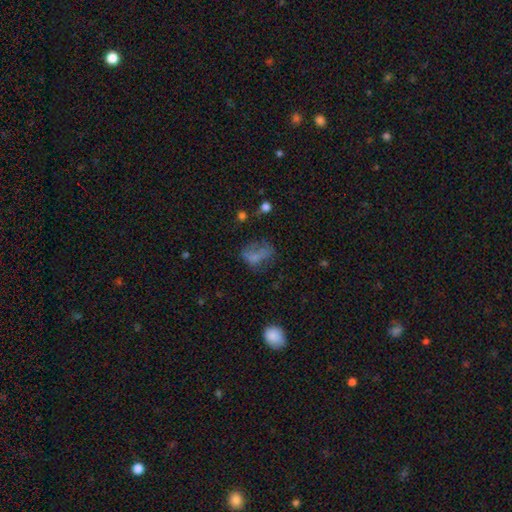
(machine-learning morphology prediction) A smooth galaxy with no disk features (60%) that is in between round and cigar-shaped (72%). Merging: none (38%).